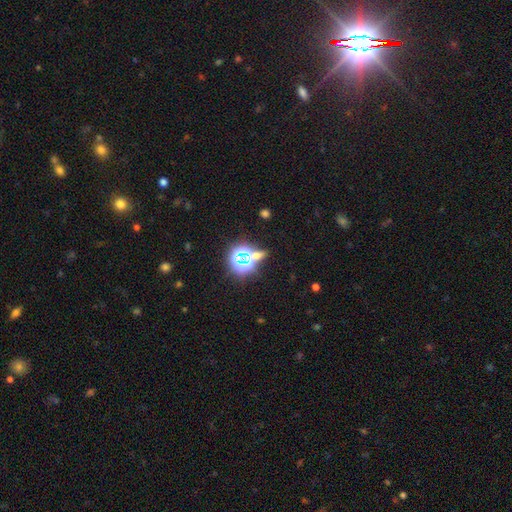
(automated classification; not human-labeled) A star or artifact, not a galaxy (64%).

Vote fractions:
- Smooth or featured? star or artifact: 64% / smooth: 26% / featured or disk: 10%